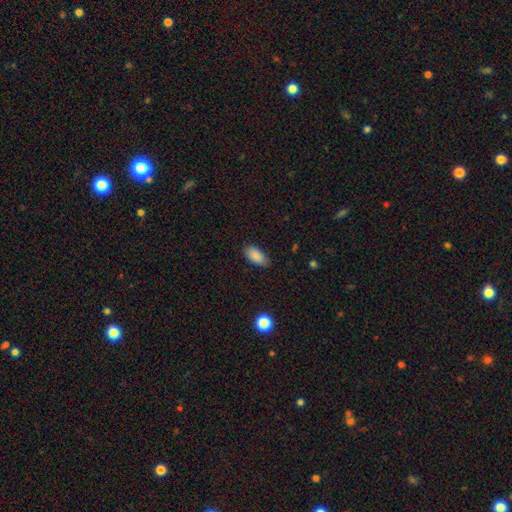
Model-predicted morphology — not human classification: smooth_or_featured: smooth (p=0.88) [alt: star or artifact p=0.07]
how_rounded: in between (p=0.92) [alt: cigar-shaped p=0.05]
merging: none (p=0.82) [alt: minor disturbance p=0.14]